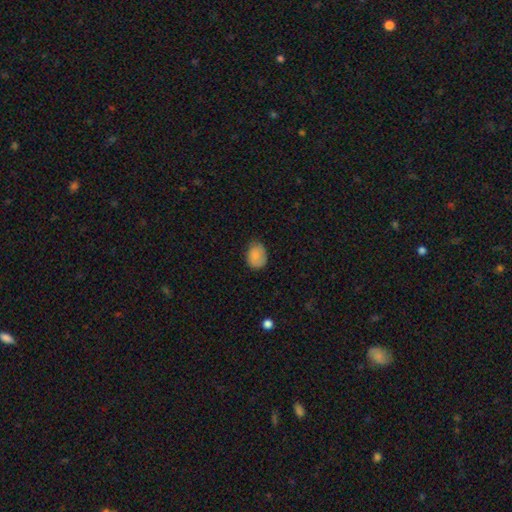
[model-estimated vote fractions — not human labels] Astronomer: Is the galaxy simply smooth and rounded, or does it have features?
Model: smooth — 84%.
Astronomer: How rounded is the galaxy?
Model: in between — 70%.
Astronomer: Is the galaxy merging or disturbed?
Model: none — 68%.